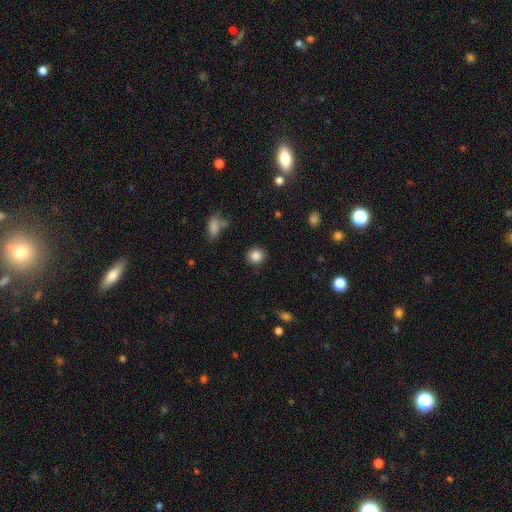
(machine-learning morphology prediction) type=smooth (86%); roundness=round (87%); merging=none (89%).